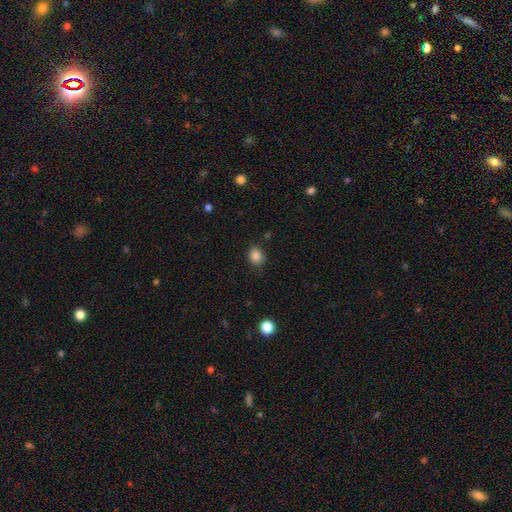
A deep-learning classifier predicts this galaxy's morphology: Q: Smooth or featured?
A: smooth (85%); runner-up: star or artifact (10%)
Q: How rounded?
A: round (60%); runner-up: in between (39%)
Q: Merging?
A: none (81%); runner-up: minor disturbance (14%)